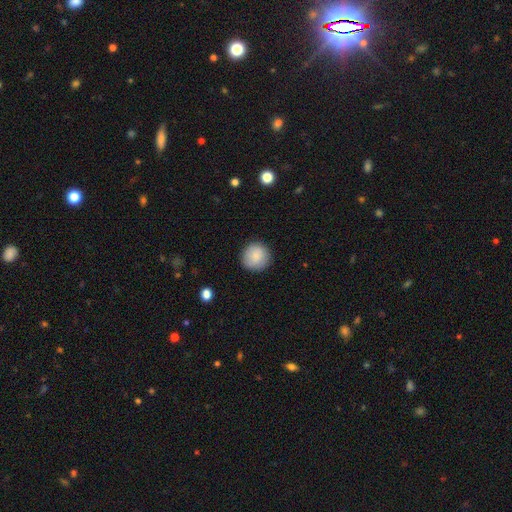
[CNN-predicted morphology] Smooth or featured: smooth — 87% (star or artifact — 7%)
How rounded: round — 94% (in between — 5%)
Merging: none — 89% (minor disturbance — 8%)